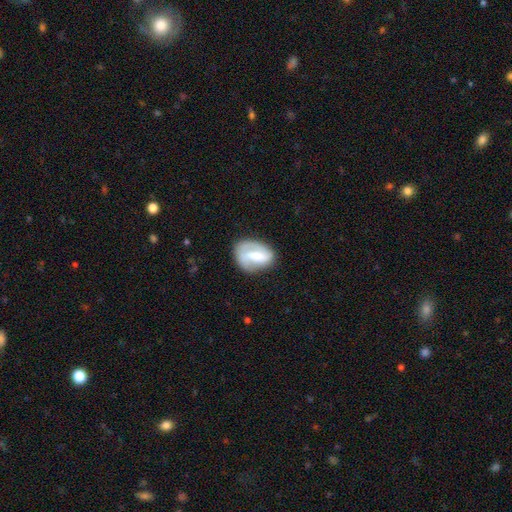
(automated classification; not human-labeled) A featured or disk galaxy (54%) with a weak bar (42%), spiral arms (70%) and a moderate central bulge (45%).

Vote fractions:
- Smooth or featured? featured or disk: 54% / smooth: 40% / star or artifact: 7%
- Edge-on disk? no: 96% / yes: 4%
- Bar? weak: 42% / strong: 36% / no: 22%
- Spiral arms? yes: 70% / no: 30%
- Bulge size? moderate: 45% / small: 29% / large: 14% / none: 10% / dominant: 2%
- Merging? none: 62% / minor disturbance: 24% / major disturbance: 12% / merger: 2%